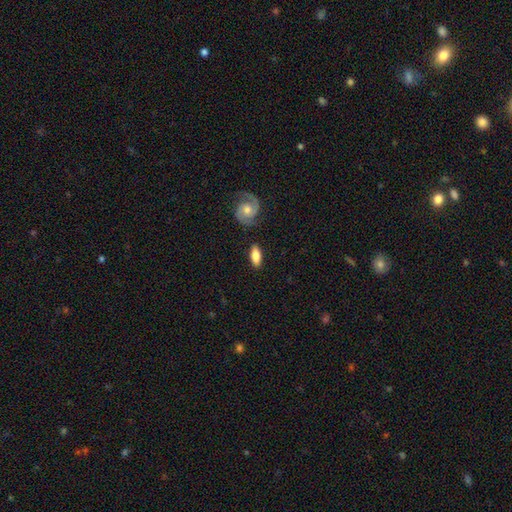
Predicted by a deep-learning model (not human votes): This appears to be a smooth galaxy with no disk features (72%) that is in between round and cigar-shaped (75%). Merging: none (82%).